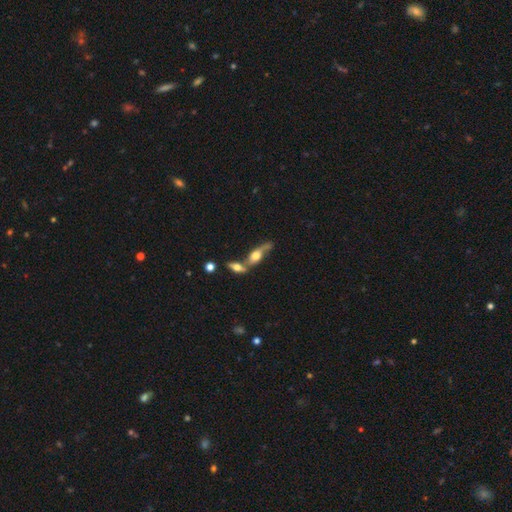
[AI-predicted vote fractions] This is possibly a featured or disk galaxy (50%). It is possibly viewed edge-on (57%). Merging: possibly merger (52%).